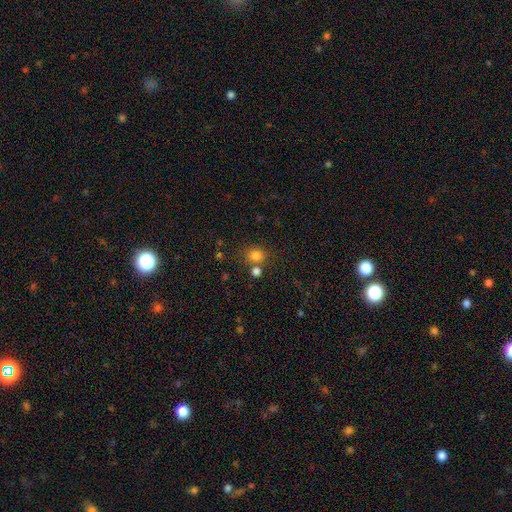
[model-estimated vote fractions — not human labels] Q: Smooth or featured?
A: smooth (80%); runner-up: star or artifact (14%)
Q: How rounded?
A: round (72%); runner-up: in between (27%)
Q: Merging?
A: none (67%); runner-up: merger (18%)